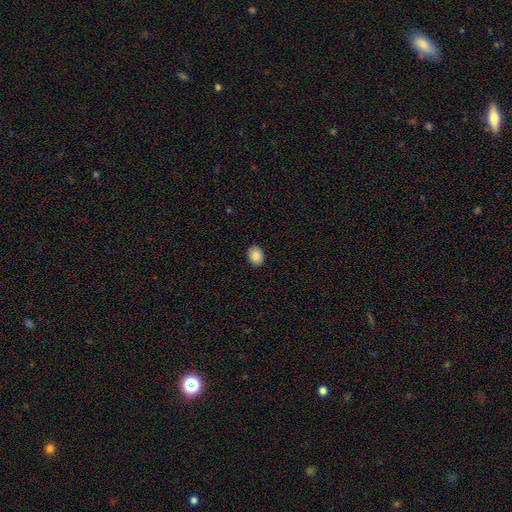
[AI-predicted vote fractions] Smooth or featured? Predicted: smooth (p=0.88). How rounded? Predicted: in between (p=0.61). Merging? Predicted: none (p=0.90).